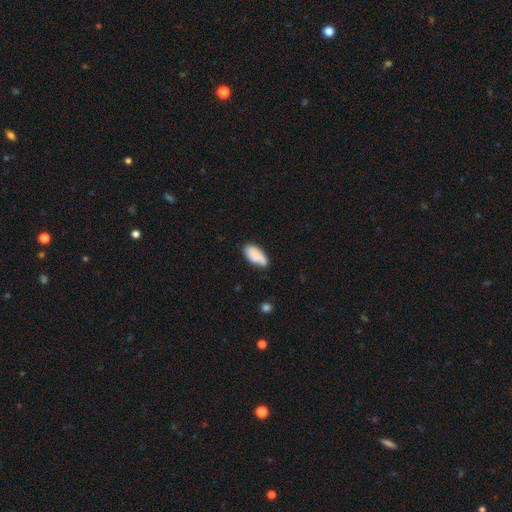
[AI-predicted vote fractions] Overall: smooth (75%). How rounded: in between (90%). Merging: none (60%; minor disturbance 29%).